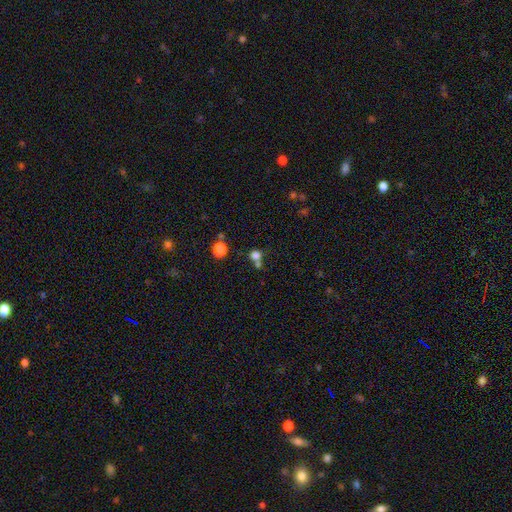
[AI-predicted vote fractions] Smooth or featured?
  - smooth: 76% *
  - star or artifact: 17%
  - featured or disk: 8%
How rounded?
  - round: 82% *
  - in between: 16%
  - cigar-shaped: 1%
Merging?
  - none: 49% *
  - merger: 37%
  - minor disturbance: 9%
  - major disturbance: 6%